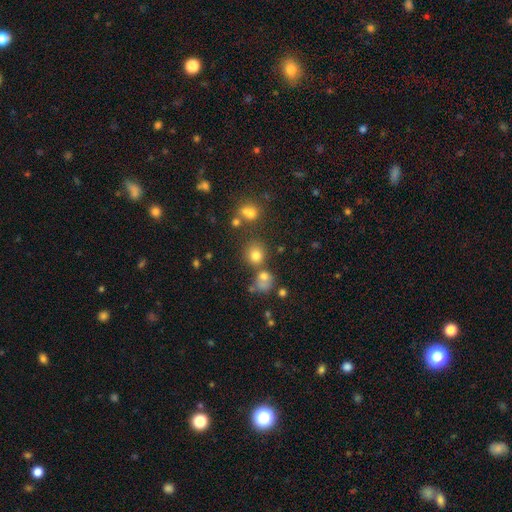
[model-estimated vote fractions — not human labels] A smooth galaxy with no disk features (75%) that is round (85%).

Vote fractions:
- Smooth or featured? smooth: 75% / star or artifact: 17% / featured or disk: 9%
- How rounded? round: 85% / in between: 14% / cigar-shaped: 1%
- Merging? none: 64% / merger: 21% / minor disturbance: 11% / major disturbance: 5%